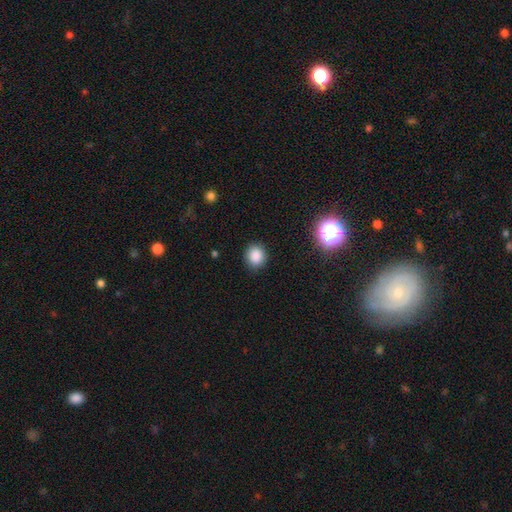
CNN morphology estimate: Q: Smooth or featured?
A: smooth (85%); runner-up: star or artifact (11%)
Q: How rounded?
A: round (83%); runner-up: in between (17%)
Q: Merging?
A: none (89%); runner-up: minor disturbance (7%)